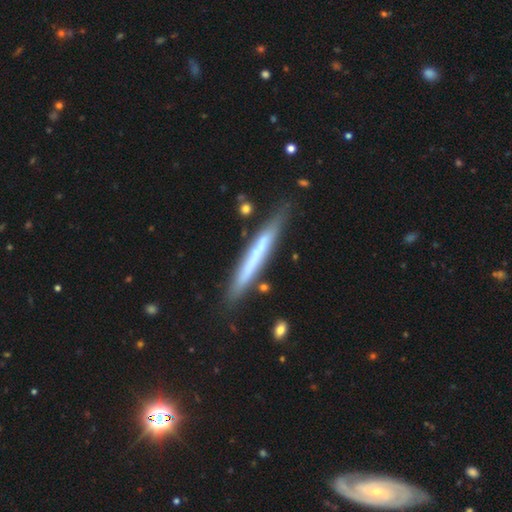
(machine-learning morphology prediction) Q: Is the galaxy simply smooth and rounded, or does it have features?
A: featured or disk — 49%.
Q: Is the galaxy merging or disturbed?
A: none — 83%.